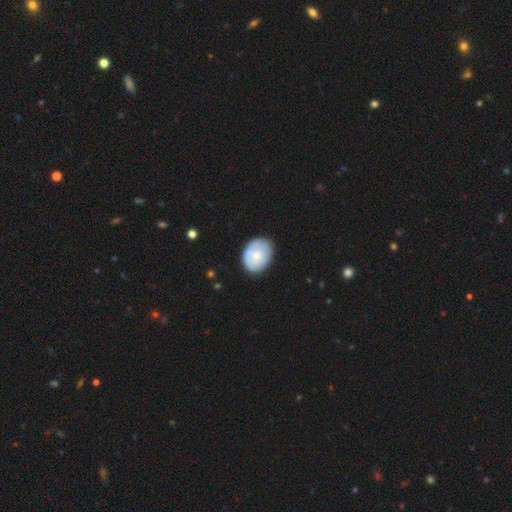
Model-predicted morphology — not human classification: This is likely a smooth galaxy (70%). How rounded: possibly in between (58%). Merging: likely none (76%).